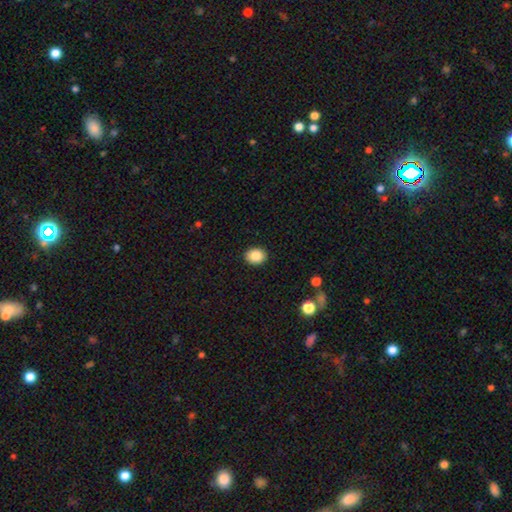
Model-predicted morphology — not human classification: Overall: smooth (85%). How rounded: round (51%; in between 48%). Merging: none (91%).